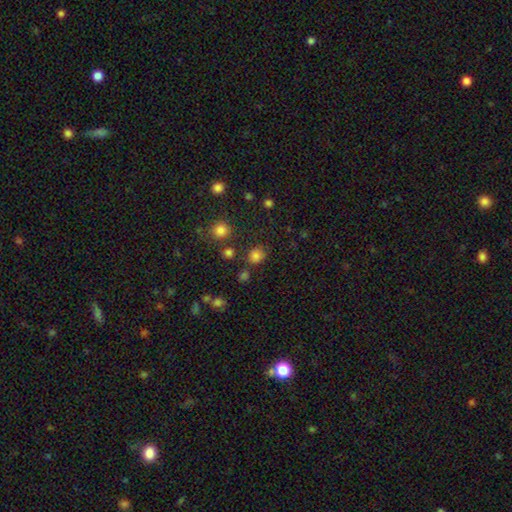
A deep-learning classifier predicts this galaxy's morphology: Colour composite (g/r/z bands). It shows a smooth galaxy with no disk features (79%) that is round (79%). Merging: none (76%).